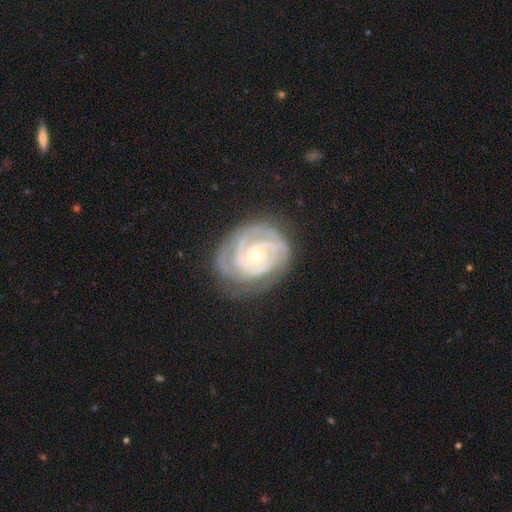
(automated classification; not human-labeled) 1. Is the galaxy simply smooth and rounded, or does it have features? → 89% featured or disk, 7% smooth, 5% star or artifact.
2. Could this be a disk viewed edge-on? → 97% no, 3% yes.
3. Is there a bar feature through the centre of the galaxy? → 76% no, 18% weak, 6% strong.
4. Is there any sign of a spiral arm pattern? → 96% yes, 4% no.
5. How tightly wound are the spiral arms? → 83% tight, 15% medium, 3% loose.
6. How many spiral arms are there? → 34% 2, 24% 3, 23% can't tell, 8% 4, 6% 1, 5% more than 4.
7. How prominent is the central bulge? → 58% small, 38% moderate, 2% large, 1% none, 1% dominant.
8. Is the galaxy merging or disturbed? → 72% none, 19% minor disturbance, 8% major disturbance, 1% merger.